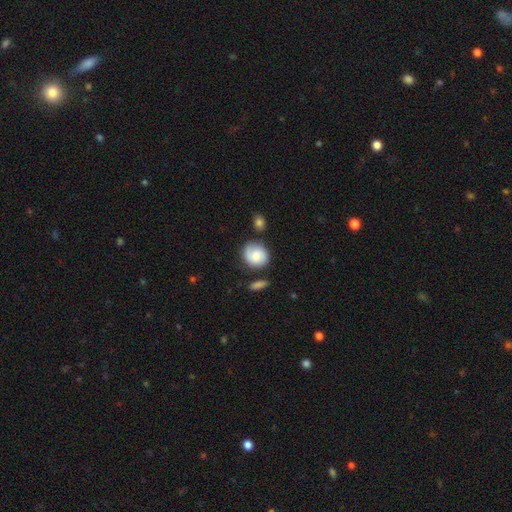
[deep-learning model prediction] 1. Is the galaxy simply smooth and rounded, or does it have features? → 56% smooth, 36% featured or disk, 8% star or artifact.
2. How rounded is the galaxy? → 72% round, 27% in between, 1% cigar-shaped.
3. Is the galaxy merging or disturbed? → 65% none, 21% minor disturbance, 8% merger, 6% major disturbance.